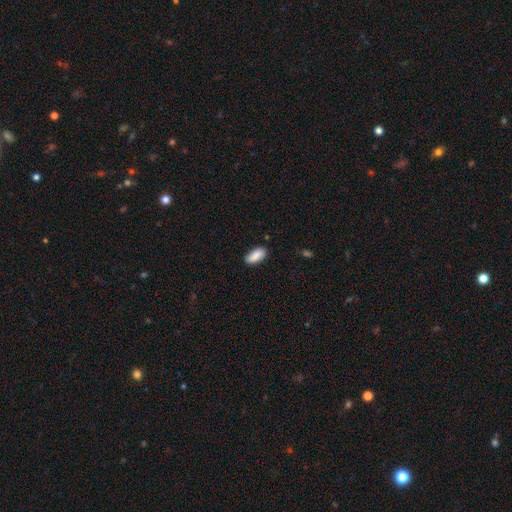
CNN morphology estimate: Overall: smooth (87%). How rounded: in between (87%). Merging: none (83%).